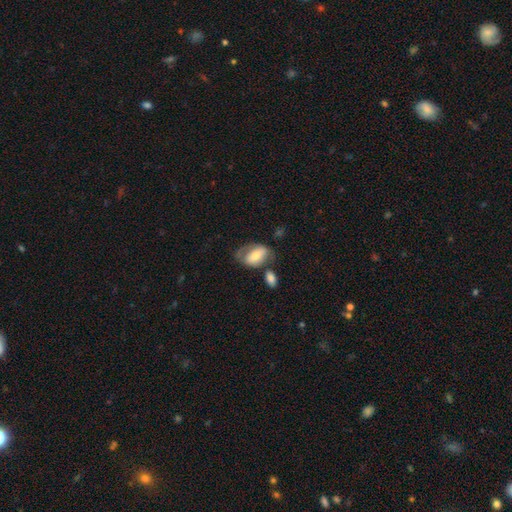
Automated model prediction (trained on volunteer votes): This is possibly a smooth galaxy (58%). How rounded: clearly in between (88%). Merging: marginally none (38%).